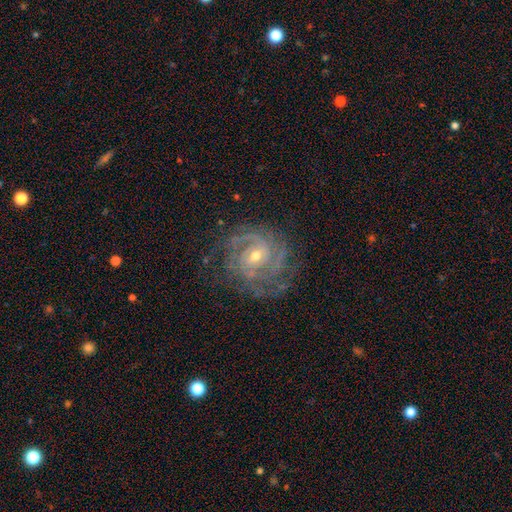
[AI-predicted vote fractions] Overall: featured or disk (90%). Edge-on disk: no (98%). Bar: no (53%; weak 35%). Spiral arms: yes (98%). Spiral arm count: 2 (30%; 3 26%). Spiral winding: tight (69%). Bulge size: small (58%; moderate 39%). Merging: none (76%).